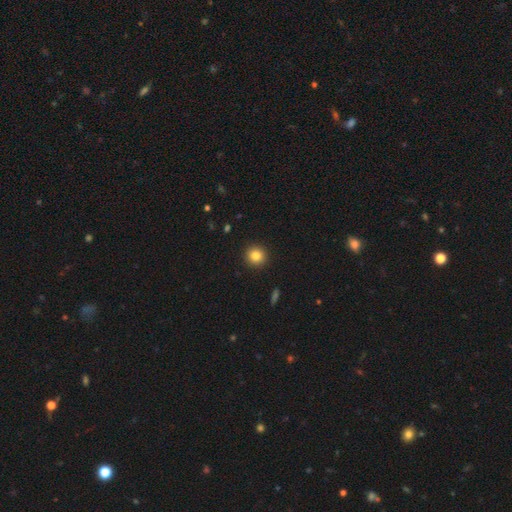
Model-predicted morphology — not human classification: A smooth galaxy with no disk features (83%) that is round (93%).

Vote fractions:
- Smooth or featured? smooth: 83% / star or artifact: 11% / featured or disk: 6%
- How rounded? round: 93% / in between: 6% / cigar-shaped: 1%
- Merging? none: 93% / minor disturbance: 5% / major disturbance: 2% / merger: 1%